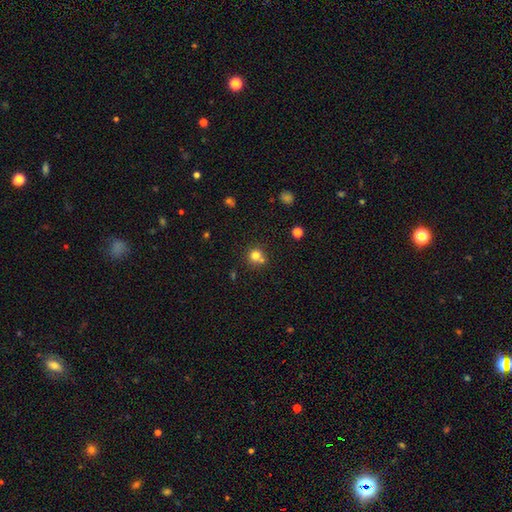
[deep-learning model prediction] A smooth galaxy with no disk features (76%) that is round (91%).

Vote fractions:
- Smooth or featured? smooth: 76% / star or artifact: 14% / featured or disk: 9%
- How rounded? round: 91% / in between: 8% / cigar-shaped: 1%
- Merging? none: 61% / merger: 28% / minor disturbance: 9% / major disturbance: 3%